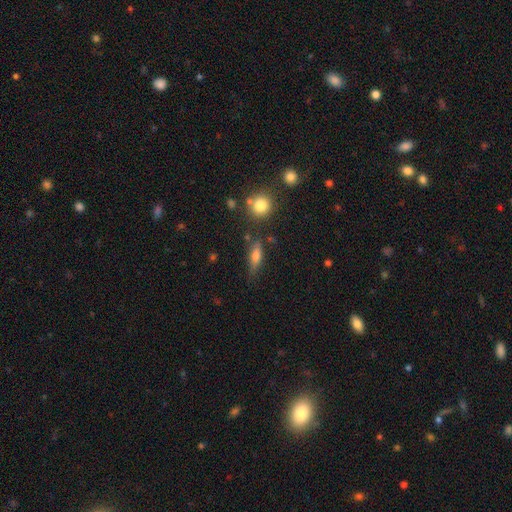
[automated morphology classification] Smooth or featured?
  - smooth: 57% *
  - featured or disk: 33%
  - star or artifact: 10%
How rounded?
  - cigar-shaped: 49% *
  - in between: 45%
  - round: 7%
Merging?
  - none: 70% *
  - minor disturbance: 18%
  - major disturbance: 6%
  - merger: 6%